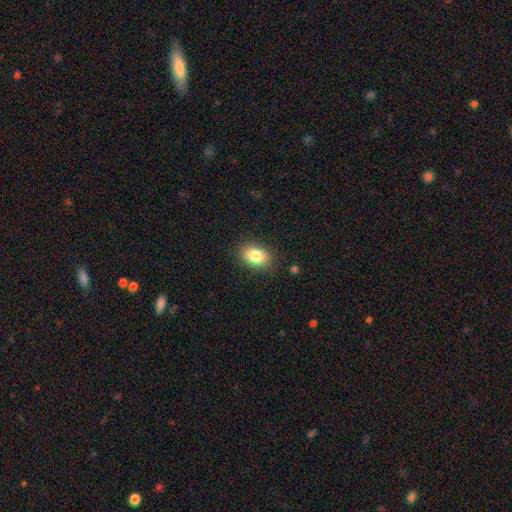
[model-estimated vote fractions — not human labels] Smooth or featured?
  - smooth: 84% *
  - star or artifact: 8%
  - featured or disk: 8%
How rounded?
  - in between: 80% *
  - round: 19%
  - cigar-shaped: 1%
Merging?
  - none: 86% *
  - minor disturbance: 10%
  - major disturbance: 3%
  - merger: 1%